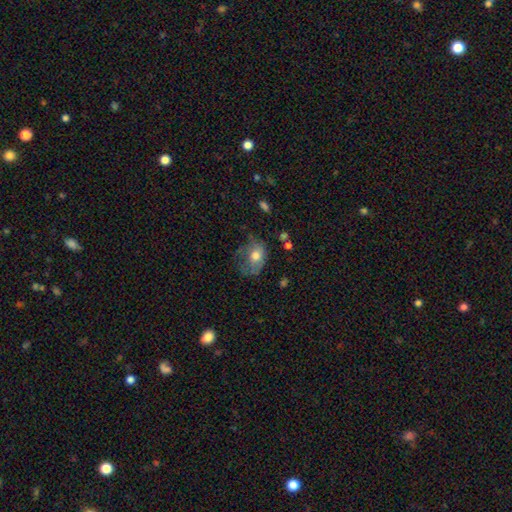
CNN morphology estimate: The model was most divided on "merging": none: 34%, major disturbance: 32%, minor disturbance: 32%, merger: 3%. More confident: how rounded — in between (68%); smooth or featured — smooth (62%).